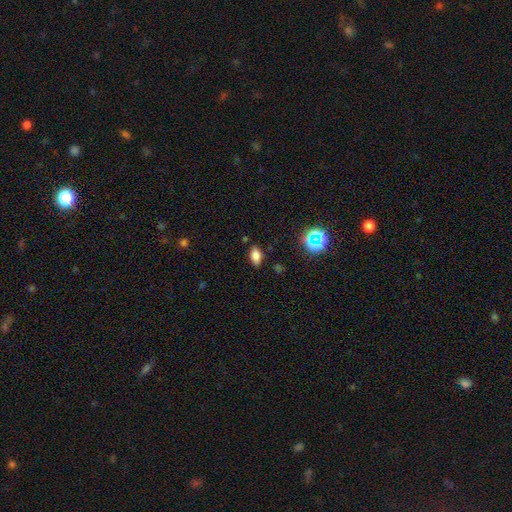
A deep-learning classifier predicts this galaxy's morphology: Smooth or featured: smooth — 76% (star or artifact — 15%)
How rounded: in between — 87% (round — 7%)
Merging: none — 85% (minor disturbance — 11%)